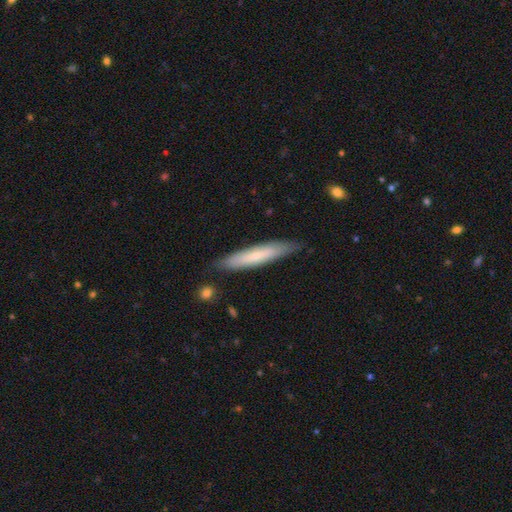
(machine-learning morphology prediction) smooth 65%, featured or disk 29%, star or artifact 6%. Down the decision tree: how rounded — cigar-shaped (91%); merging — none (85%).